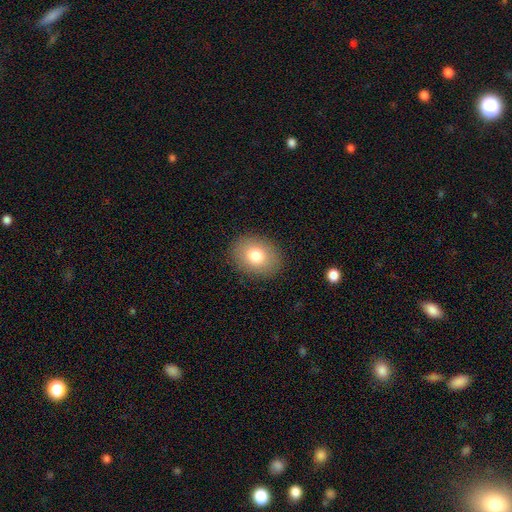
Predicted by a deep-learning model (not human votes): smooth 79%, featured or disk 12%, star or artifact 9%. Down the decision tree: how rounded — in between (56%); merging — none (89%).